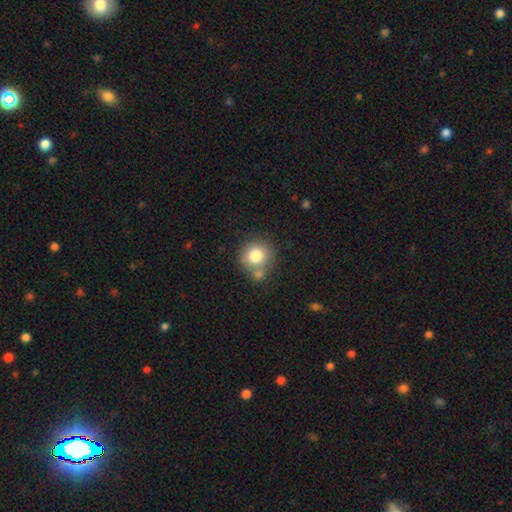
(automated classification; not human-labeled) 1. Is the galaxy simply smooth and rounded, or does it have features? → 80% smooth, 10% featured or disk, 9% star or artifact.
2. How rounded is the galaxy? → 87% round, 12% in between, 1% cigar-shaped.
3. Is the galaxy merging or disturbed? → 60% none, 23% merger, 13% minor disturbance, 5% major disturbance.